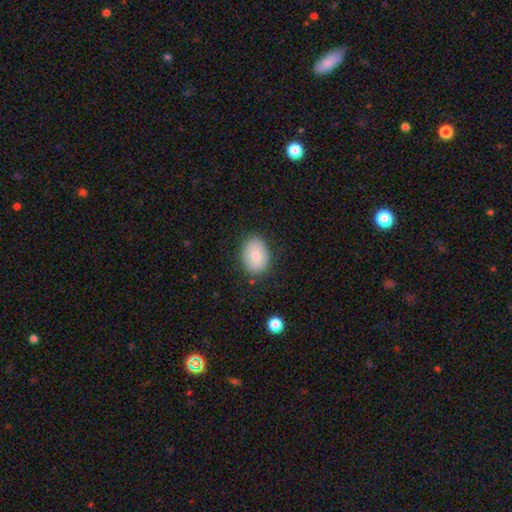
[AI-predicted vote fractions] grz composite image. It shows a smooth galaxy with no disk features (78%) that is in between round and cigar-shaped (70%). Merging: none (81%).